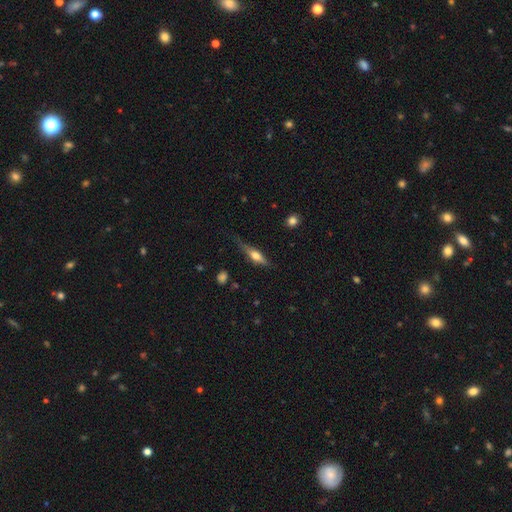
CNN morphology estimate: This is possibly a featured or disk galaxy (58%). It is clearly viewed edge-on (94%). Edge-on bulge: clearly rounded (87%). Merging: likely none (69%).